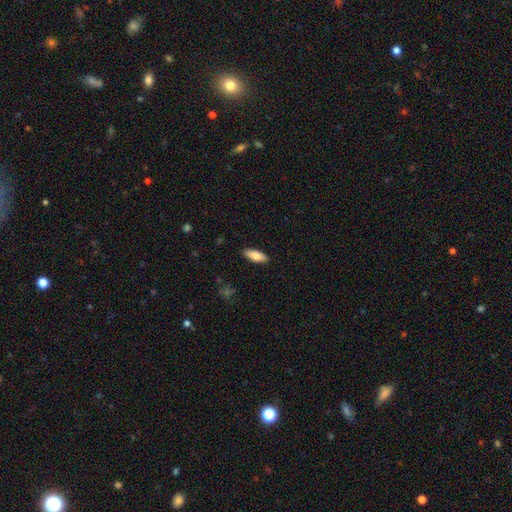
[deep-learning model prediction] The model was most divided on "how rounded": in between: 72%, cigar-shaped: 26%, round: 2%. More confident: merging — none (89%); smooth or featured — smooth (82%).